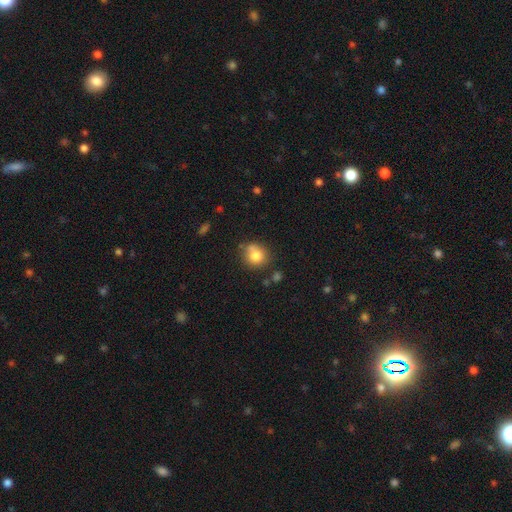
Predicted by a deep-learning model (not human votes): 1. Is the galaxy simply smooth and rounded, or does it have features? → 79% smooth, 10% star or artifact, 10% featured or disk.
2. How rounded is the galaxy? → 81% round, 18% in between, 1% cigar-shaped.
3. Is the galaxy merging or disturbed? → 62% none, 18% minor disturbance, 15% merger, 5% major disturbance.